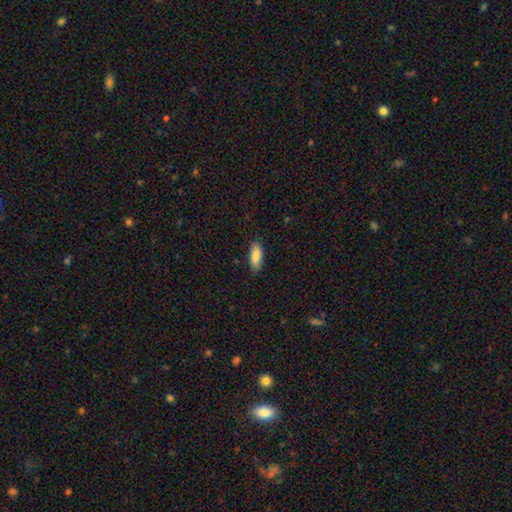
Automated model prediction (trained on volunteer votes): Smooth or featured? Predicted: smooth (p=0.86). How rounded? Predicted: in between (p=0.79). Merging? Predicted: none (p=0.85).